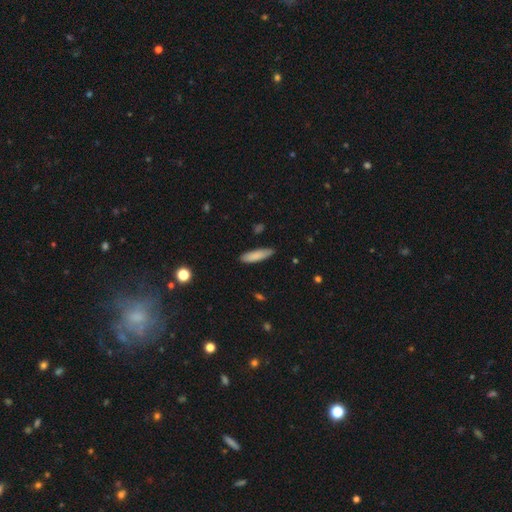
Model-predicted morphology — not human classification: Smooth or featured?
  - smooth: 85% *
  - featured or disk: 9%
  - star or artifact: 6%
How rounded?
  - cigar-shaped: 68% *
  - in between: 31%
  - round: 1%
Merging?
  - none: 83% *
  - minor disturbance: 13%
  - major disturbance: 2%
  - merger: 1%